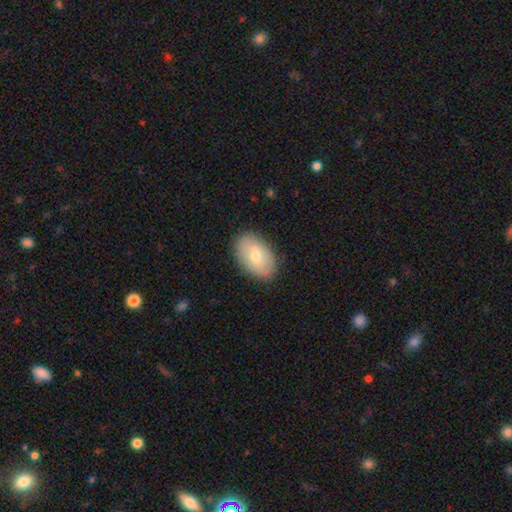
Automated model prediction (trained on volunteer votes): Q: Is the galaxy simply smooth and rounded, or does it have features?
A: smooth — 64%.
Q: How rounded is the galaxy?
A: in between — 91%.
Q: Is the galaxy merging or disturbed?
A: none — 86%.